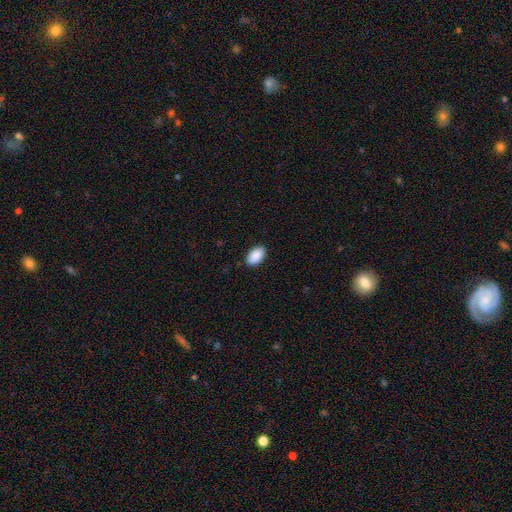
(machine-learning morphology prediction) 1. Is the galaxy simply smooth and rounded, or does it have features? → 91% smooth, 6% star or artifact, 3% featured or disk.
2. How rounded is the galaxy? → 94% in between, 5% round, 1% cigar-shaped.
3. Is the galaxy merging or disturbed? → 88% none, 9% minor disturbance, 2% major disturbance, 1% merger.